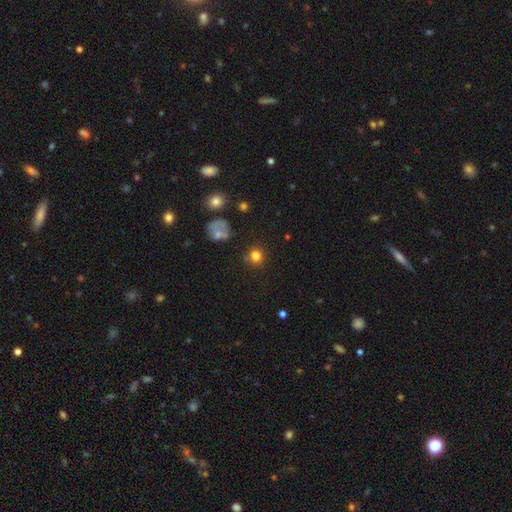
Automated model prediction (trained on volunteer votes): Morphology: type=smooth (80%); roundness=round (82%); merging=none (74%).